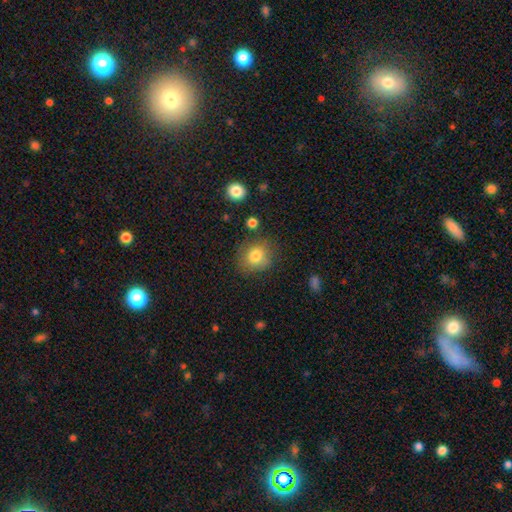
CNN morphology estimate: Q: Smooth or featured?
A: smooth (80%); runner-up: star or artifact (10%)
Q: How rounded?
A: round (74%); runner-up: in between (25%)
Q: Merging?
A: none (75%); runner-up: minor disturbance (17%)